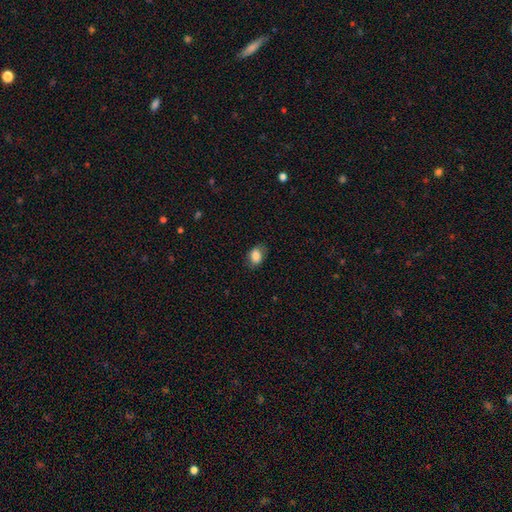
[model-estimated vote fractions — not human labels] Q: Smooth or featured?
A: smooth (85%); runner-up: star or artifact (8%)
Q: How rounded?
A: in between (73%); runner-up: round (26%)
Q: Merging?
A: none (78%); runner-up: minor disturbance (16%)